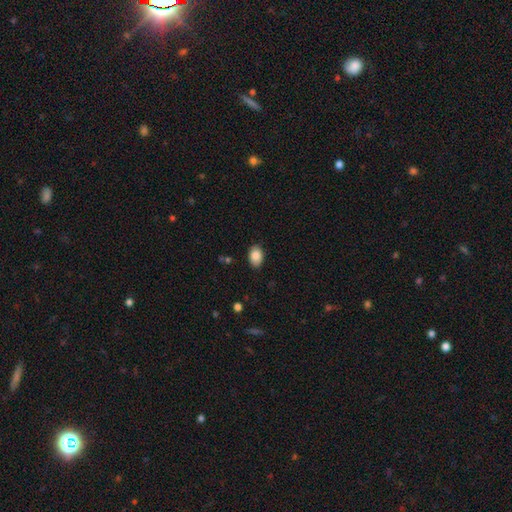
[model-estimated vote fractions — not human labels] The model was most divided on "how rounded": in between: 84%, round: 15%, cigar-shaped: 1%. More confident: smooth or featured — smooth (88%); merging — none (84%).